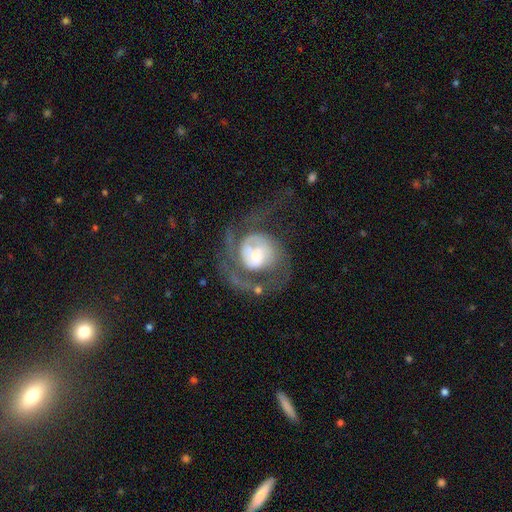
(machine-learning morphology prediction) This appears to be a featured or disk galaxy (81%) with no bar (57%), 2 (45%) tight (41%) spiral arms (89%) and a moderate central bulge (46%). Merging: none (43%).